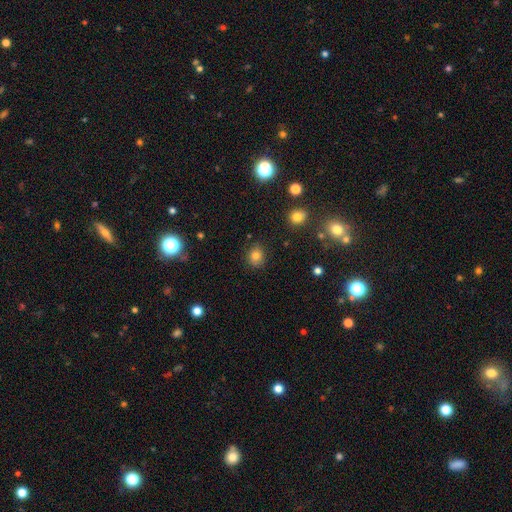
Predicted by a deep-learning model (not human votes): Smooth or featured? Predicted: smooth (p=0.80). How rounded? Predicted: round (p=0.73). Merging? Predicted: none (p=0.86).